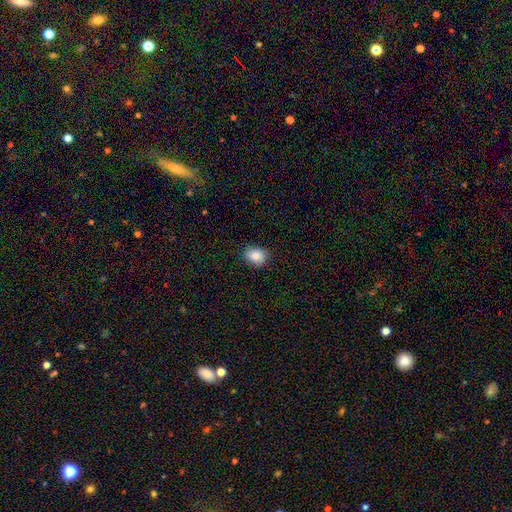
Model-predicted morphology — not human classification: The model was most divided on "how rounded": in between: 64%, round: 35%, cigar-shaped: 1%. More confident: smooth or featured — smooth (86%); merging — none (82%).